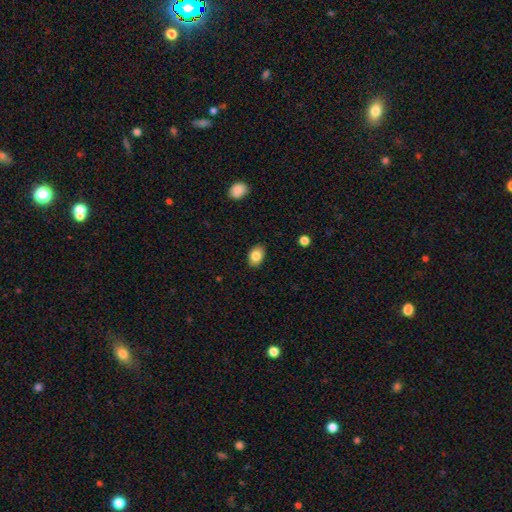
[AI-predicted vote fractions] The model was most divided on "how rounded": in between: 77%, round: 22%, cigar-shaped: 1%. More confident: merging — none (86%); smooth or featured — smooth (84%).